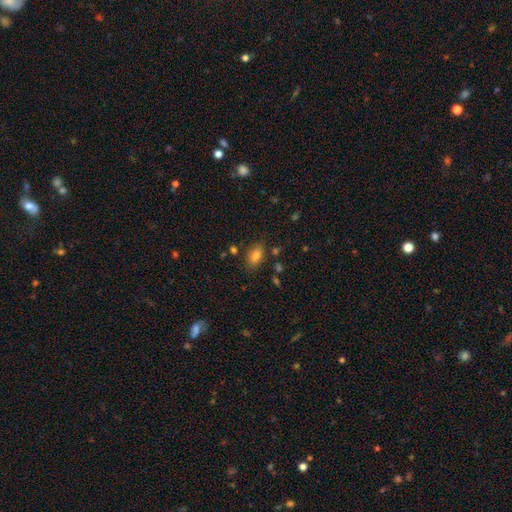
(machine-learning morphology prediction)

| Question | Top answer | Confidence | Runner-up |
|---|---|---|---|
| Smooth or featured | smooth | 81% | star or artifact (10%) |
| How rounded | in between | 88% | round (9%) |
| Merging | none | 79% | minor disturbance (13%) |